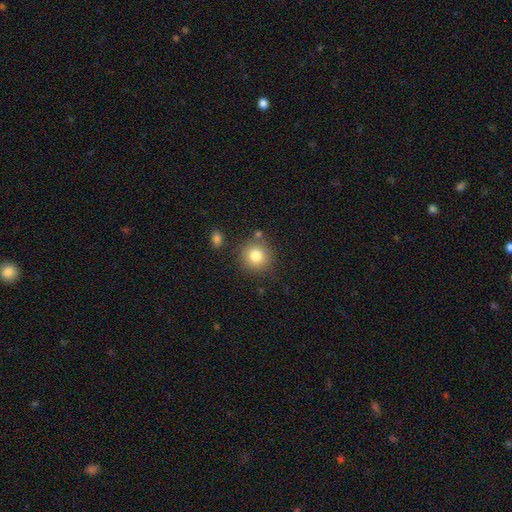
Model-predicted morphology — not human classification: smooth-or-featured: smooth: 81% | star or artifact: 10% | featured or disk: 9%
  how-rounded: round: 90% | in between: 9% | cigar-shaped: 1%
  merging: none: 79% | minor disturbance: 11% | merger: 7% | major disturbance: 4%